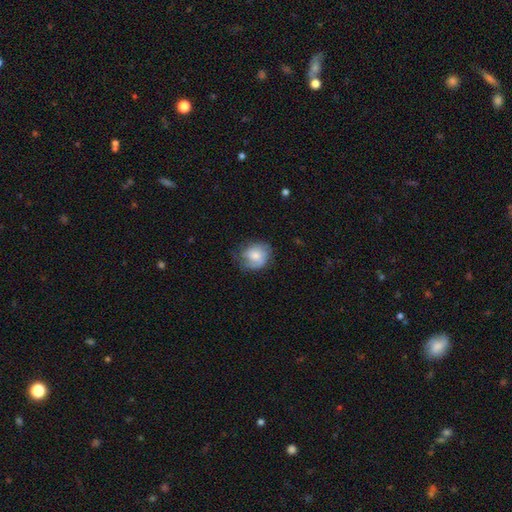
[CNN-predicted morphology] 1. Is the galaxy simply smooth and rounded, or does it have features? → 60% smooth, 33% featured or disk, 7% star or artifact.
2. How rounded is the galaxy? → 69% round, 30% in between, 1% cigar-shaped.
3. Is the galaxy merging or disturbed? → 61% none, 27% minor disturbance, 11% major disturbance, 1% merger.